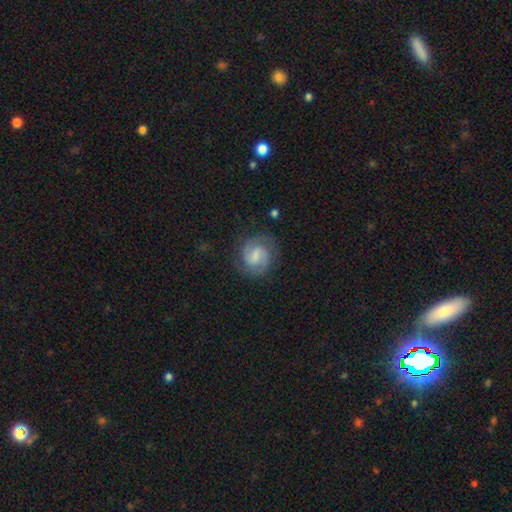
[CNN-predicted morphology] Overall: featured or disk (74%). Edge-on disk: no (98%). Bar: weak (58%; no 23%). Spiral arms: yes (95%). Spiral arm count: 2 (85%). Spiral winding: medium (49%; tight 37%). Bulge size: small (38%; none 30%). Merging: none (78%).